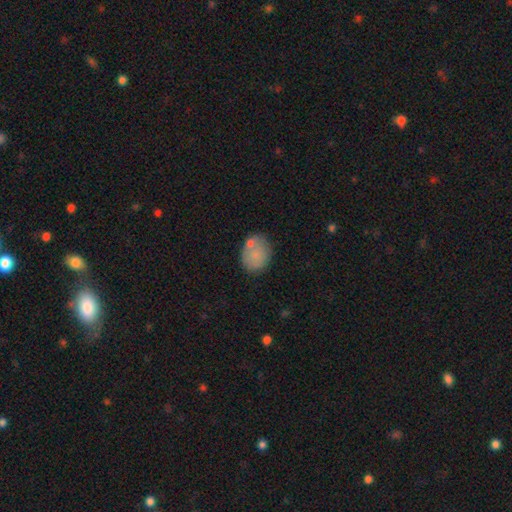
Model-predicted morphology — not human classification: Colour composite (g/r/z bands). It shows a smooth galaxy with no disk features (76%) that is round (51%). Merging: none (60%).